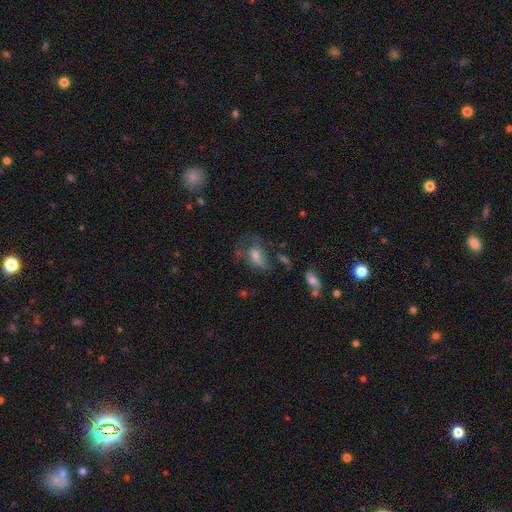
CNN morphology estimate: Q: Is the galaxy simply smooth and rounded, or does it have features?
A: smooth — 53%.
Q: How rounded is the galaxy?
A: in between — 81%.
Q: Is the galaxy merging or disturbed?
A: none — 36%.